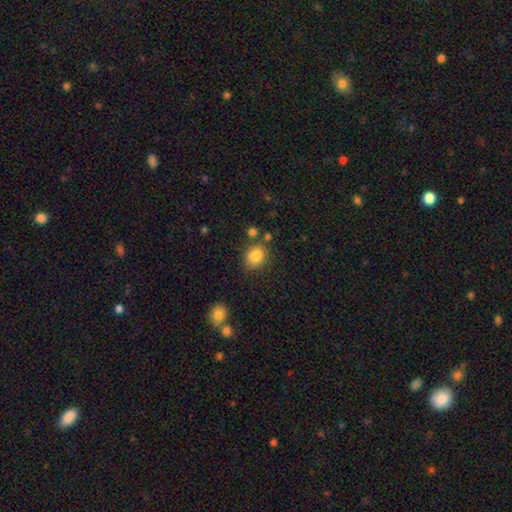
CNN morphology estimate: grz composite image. It shows a smooth galaxy with no disk features (84%) that is round (57%). Merging: none (76%).